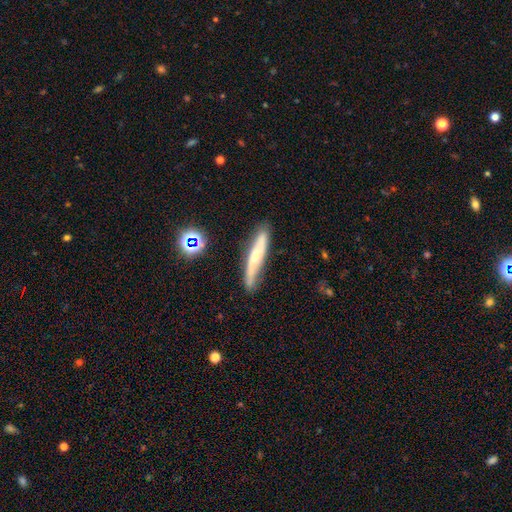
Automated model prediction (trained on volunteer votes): featured or disk 49%, smooth 41%, star or artifact 9%. Down the decision tree: merging — none (75%).